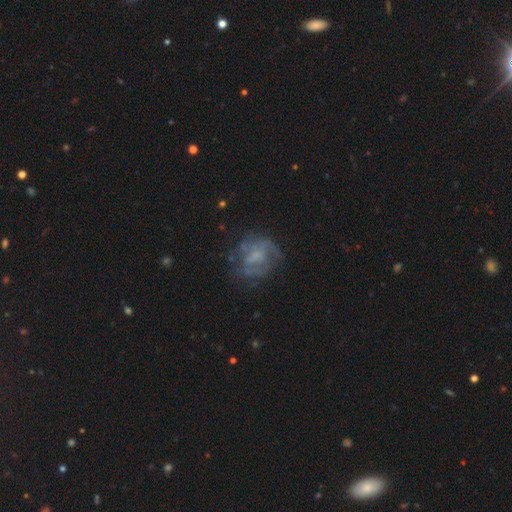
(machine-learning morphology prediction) This appears to be a featured or disk galaxy (57%) with no bar (55%), no spiral arms (55%) and no central bulge (43%). Merging: none (56%).